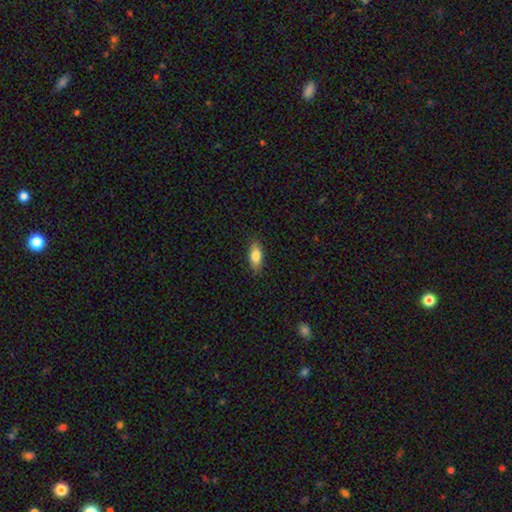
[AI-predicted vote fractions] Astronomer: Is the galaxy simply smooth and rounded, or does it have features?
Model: smooth — 79%.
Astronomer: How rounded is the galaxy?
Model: in between — 76%.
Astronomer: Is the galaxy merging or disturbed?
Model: none — 88%.